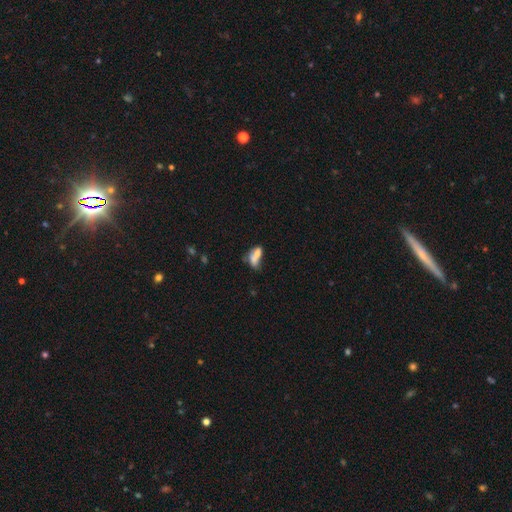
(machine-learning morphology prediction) A smooth galaxy with no disk features (64%) that is in between round and cigar-shaped (76%). Merging: merger (51%).